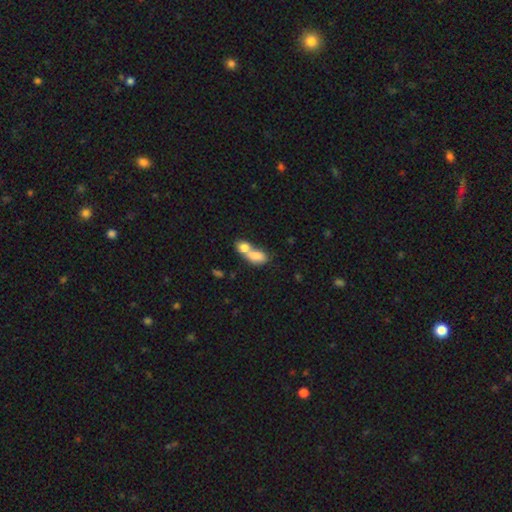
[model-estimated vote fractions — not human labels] Smooth or featured?
  - smooth: 77% *
  - featured or disk: 15%
  - star or artifact: 8%
How rounded?
  - in between: 78% *
  - round: 16%
  - cigar-shaped: 6%
Merging?
  - merger: 75% *
  - none: 15%
  - minor disturbance: 6%
  - major disturbance: 4%